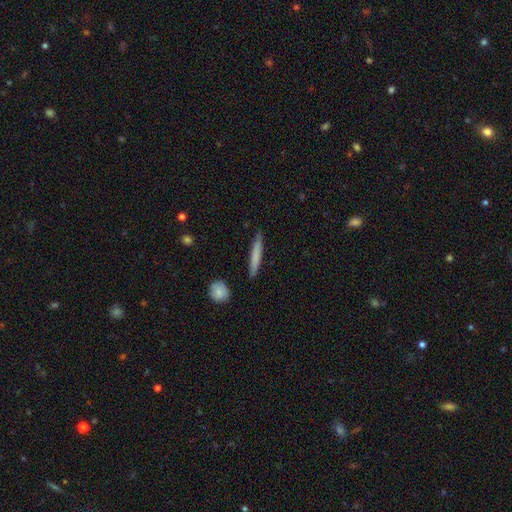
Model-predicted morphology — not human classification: Q: Smooth or featured?
A: smooth (73%); runner-up: featured or disk (22%)
Q: How rounded?
A: cigar-shaped (94%); runner-up: in between (4%)
Q: Merging?
A: none (86%); runner-up: minor disturbance (10%)